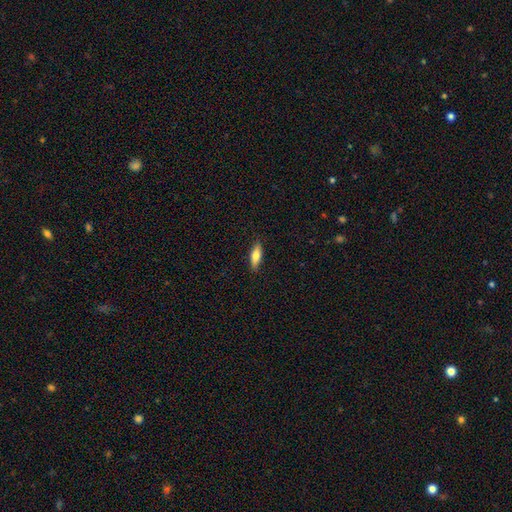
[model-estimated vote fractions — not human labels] Smooth or featured? Predicted: smooth (p=0.74). How rounded? Predicted: in between (p=0.54). Merging? Predicted: none (p=0.87).